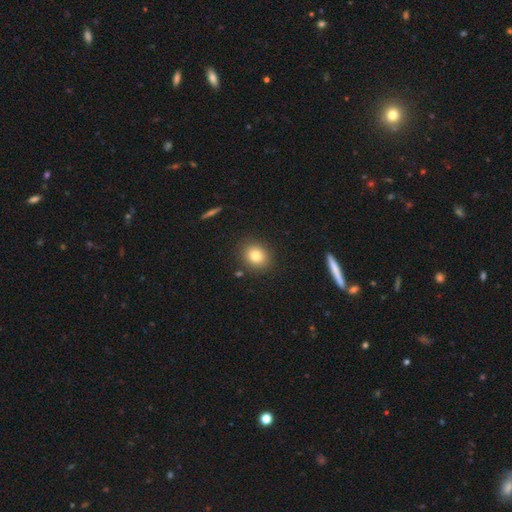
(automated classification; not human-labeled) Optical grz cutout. It shows a smooth galaxy with no disk features (80%) that is round (75%). Merging: none (88%).